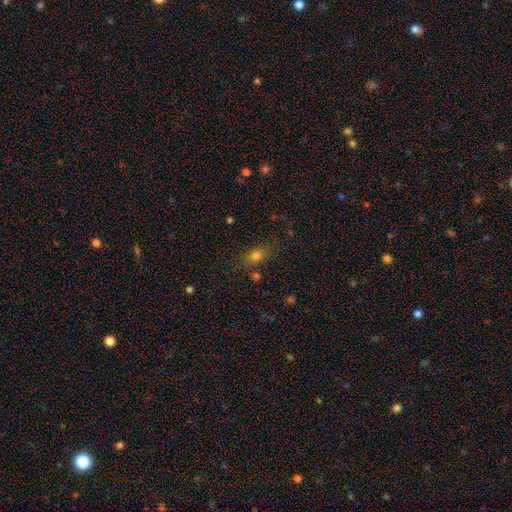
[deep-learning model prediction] The model was most divided on "how rounded": in between: 64%, round: 30%, cigar-shaped: 6%. More confident: smooth or featured — smooth (74%); merging — none (73%).